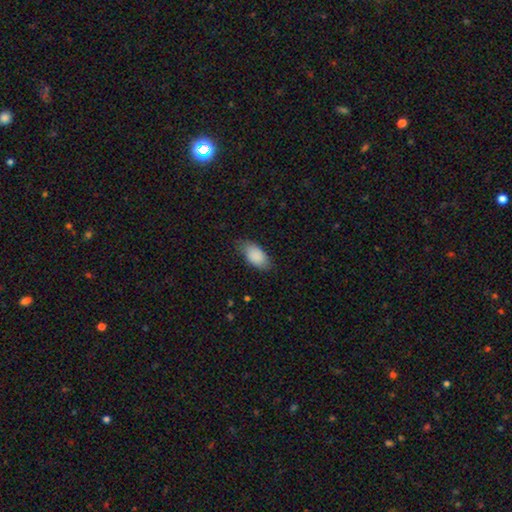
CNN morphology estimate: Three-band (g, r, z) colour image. It shows a smooth galaxy with no disk features (89%) that is in between round and cigar-shaped (93%). Merging: none (69%).